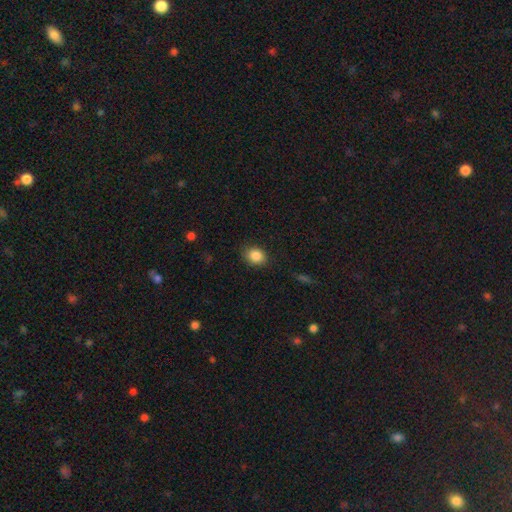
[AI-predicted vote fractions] Smooth or featured?
  - smooth: 86% *
  - star or artifact: 9%
  - featured or disk: 5%
How rounded?
  - round: 50% *
  - in between: 49%
  - cigar-shaped: 1%
Merging?
  - none: 84% *
  - minor disturbance: 12%
  - major disturbance: 3%
  - merger: 1%